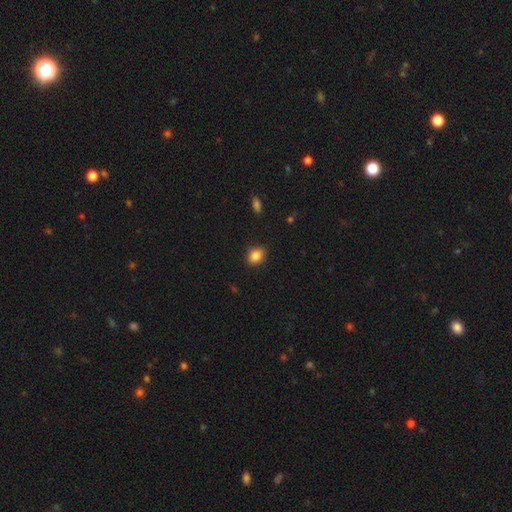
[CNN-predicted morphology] This appears to be a smooth galaxy with no disk features (84%) that is in between round and cigar-shaped (52%). Merging: none (89%).